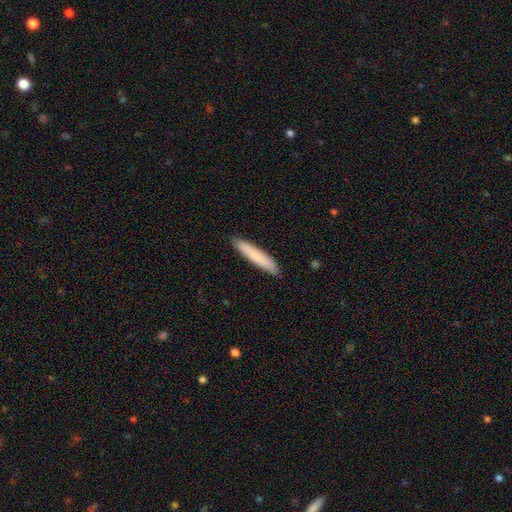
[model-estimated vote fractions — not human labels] Smooth or featured? smooth (79%)
How rounded? cigar-shaped (92%)
Merging? none (90%)